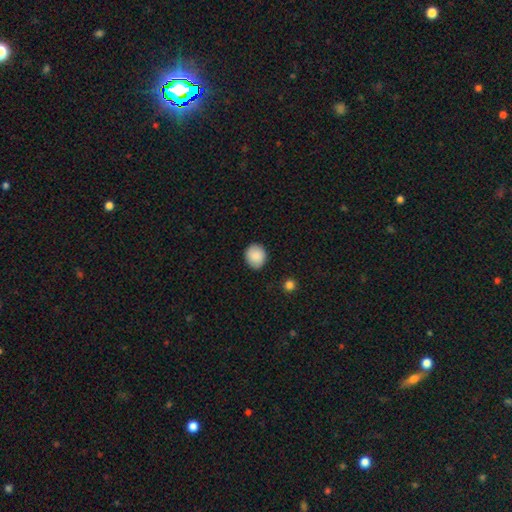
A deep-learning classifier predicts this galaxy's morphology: A smooth galaxy with no disk features (88%) that is round (74%). Merging: none (88%).